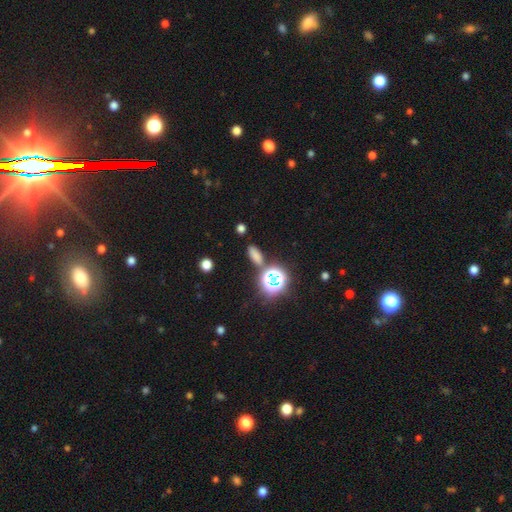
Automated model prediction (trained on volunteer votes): The model was most divided on "smooth or featured": smooth: 65%, star or artifact: 27%, featured or disk: 7%. More confident: merging — none (78%); how rounded — in between (75%).